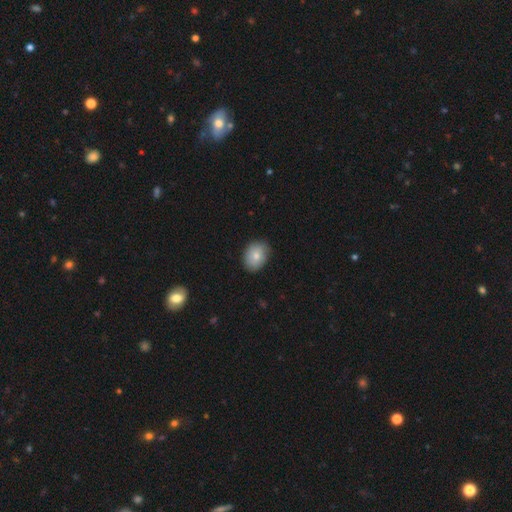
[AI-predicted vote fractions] This appears to be a smooth galaxy with no disk features (78%) that is in between round and cigar-shaped (60%). Merging: none (81%).